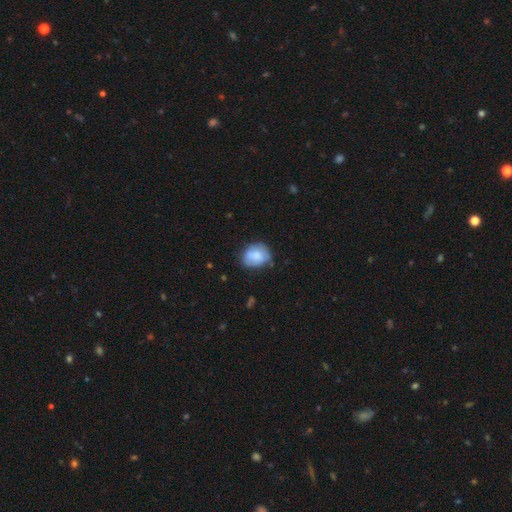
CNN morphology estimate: smooth 75%, featured or disk 17%, star or artifact 7%. Down the decision tree: how rounded — round (55%); merging — none (62%).